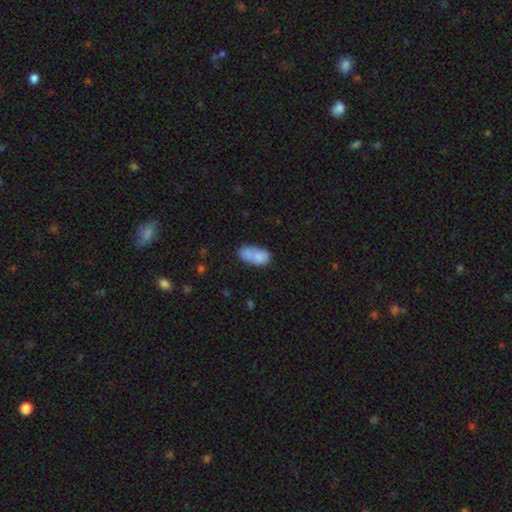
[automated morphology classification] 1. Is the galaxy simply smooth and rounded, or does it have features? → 75% smooth, 17% featured or disk, 8% star or artifact.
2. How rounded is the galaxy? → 89% in between, 7% round, 4% cigar-shaped.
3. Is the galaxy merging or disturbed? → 37% none (tied), 37% merger (tied), 18% minor disturbance, 7% major disturbance.